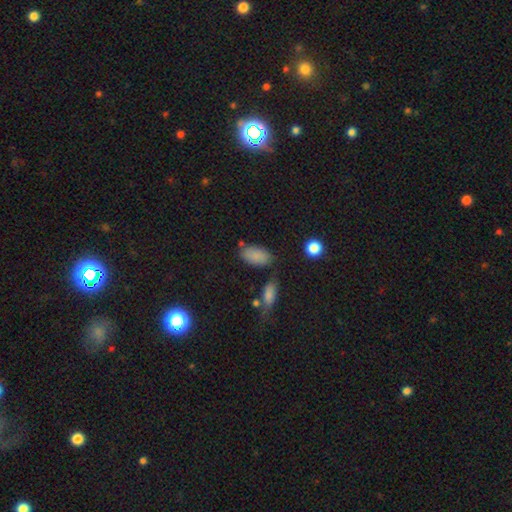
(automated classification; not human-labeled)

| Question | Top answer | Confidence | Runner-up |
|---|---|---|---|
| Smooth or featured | smooth | 85% | star or artifact (8%) |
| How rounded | in between | 93% | round (4%) |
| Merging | none | 70% | minor disturbance (17%) |